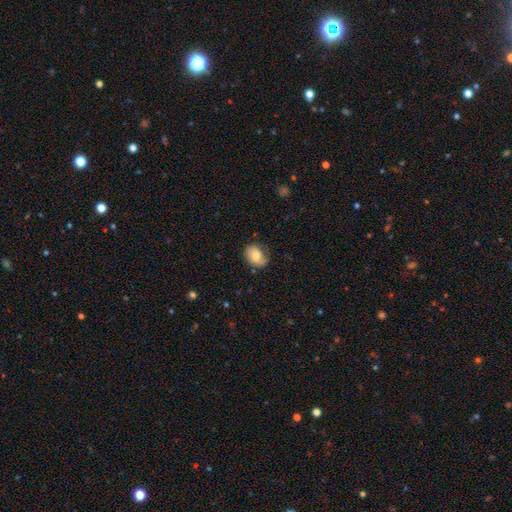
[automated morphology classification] Smooth or featured?
  - smooth: 73% *
  - featured or disk: 19%
  - star or artifact: 8%
How rounded?
  - in between: 66% *
  - round: 33%
  - cigar-shaped: 1%
Merging?
  - none: 65% *
  - minor disturbance: 26%
  - major disturbance: 8%
  - merger: 1%